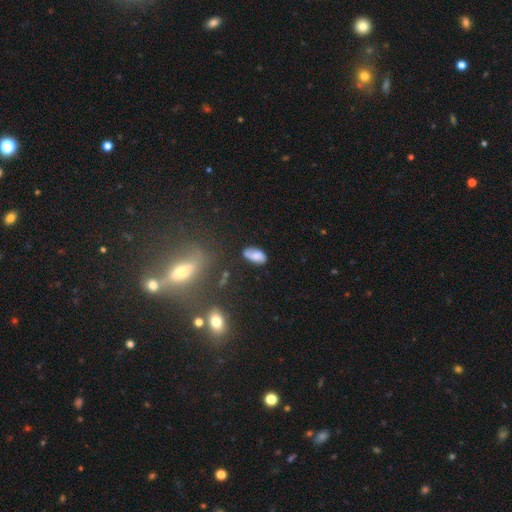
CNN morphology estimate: Smooth or featured? smooth (68%)
How rounded? in between (92%)
Merging? none (64%)